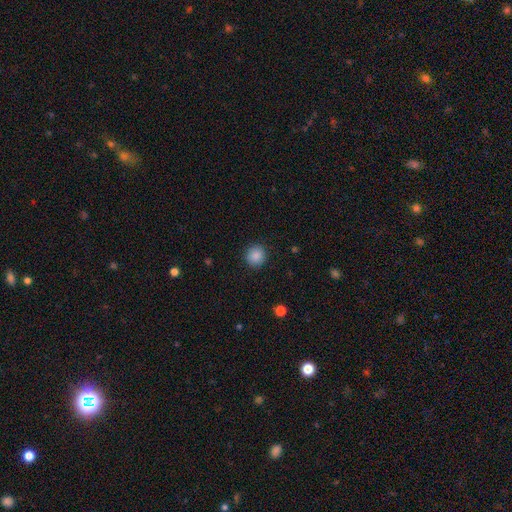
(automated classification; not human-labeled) The model was most divided on "smooth or featured": smooth: 87%, star or artifact: 9%, featured or disk: 4%. More confident: how rounded — round (92%); merging — none (91%).